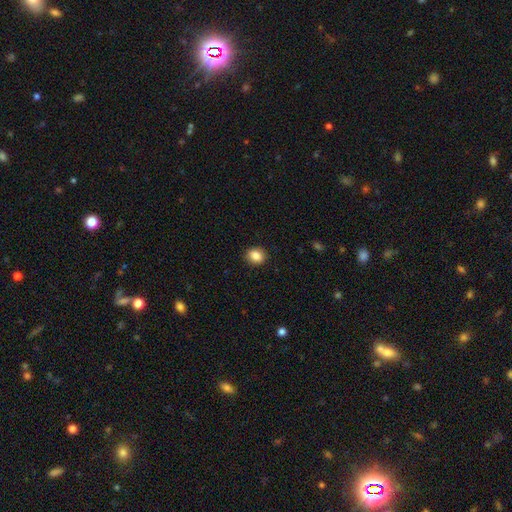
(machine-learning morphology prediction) type=smooth (87%); roundness=round (66%); merging=none (90%).